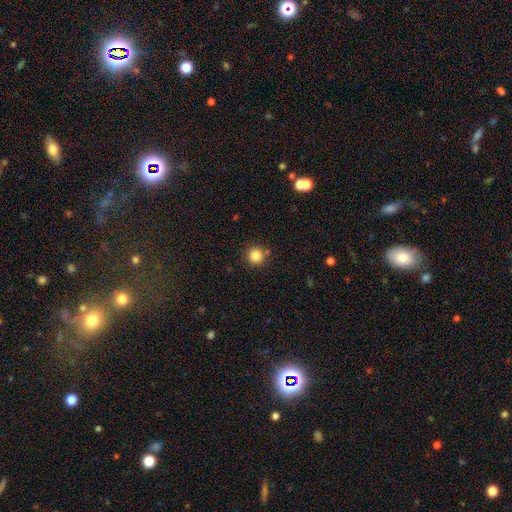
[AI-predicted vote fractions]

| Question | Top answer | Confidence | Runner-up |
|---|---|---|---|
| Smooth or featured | smooth | 84% | star or artifact (11%) |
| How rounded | round | 94% | in between (5%) |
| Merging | none | 85% | minor disturbance (8%) |